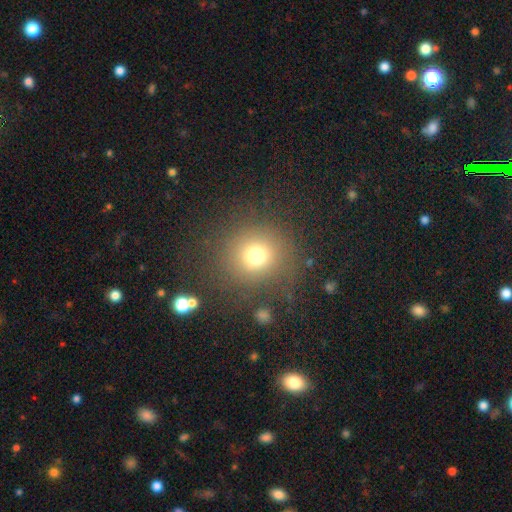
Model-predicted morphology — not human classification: The model was most divided on "smooth or featured": smooth: 72%, star or artifact: 18%, featured or disk: 10%. More confident: how rounded — round (90%); merging — none (79%).